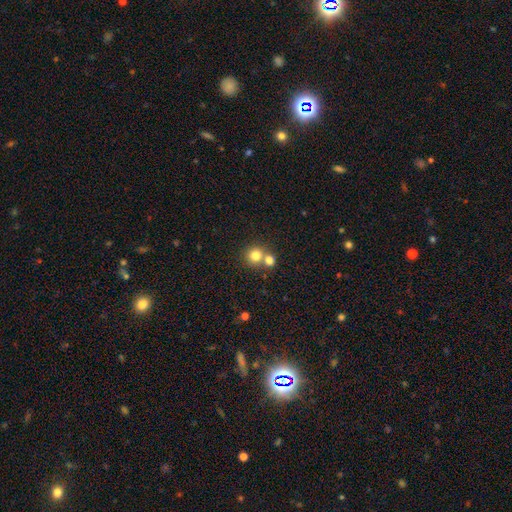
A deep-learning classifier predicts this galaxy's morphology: Q: Smooth or featured?
A: smooth (79%); runner-up: star or artifact (12%)
Q: How rounded?
A: round (89%); runner-up: in between (10%)
Q: Merging?
A: none (52%); runner-up: merger (40%)